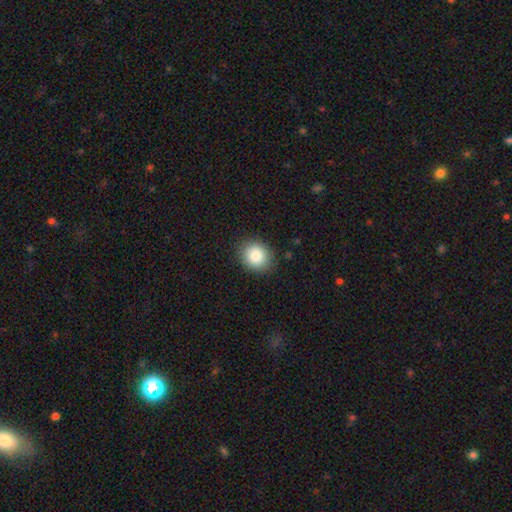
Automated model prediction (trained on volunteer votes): Smooth or featured? Predicted: smooth (p=0.84). How rounded? Predicted: round (p=0.74). Merging? Predicted: none (p=0.88).